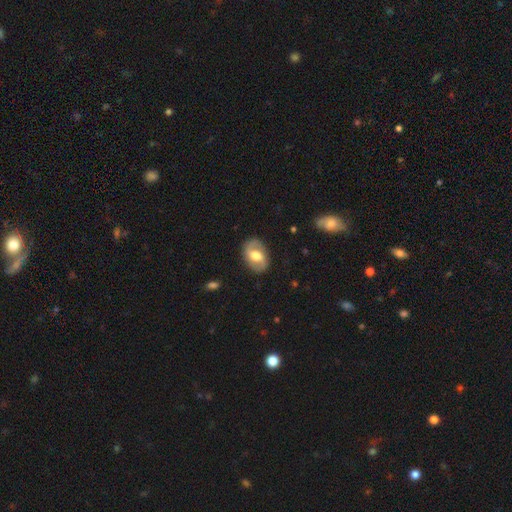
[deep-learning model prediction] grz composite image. It shows a featured or disk galaxy (63%) with a weak bar (46%), spiral arms (74%) and a moderate central bulge (63%). Merging: none (83%).